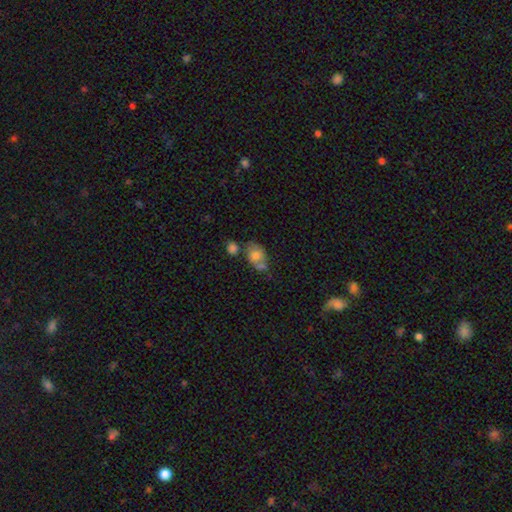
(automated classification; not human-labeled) Smooth or featured?
  - smooth: 68% *
  - featured or disk: 23%
  - star or artifact: 9%
How rounded?
  - in between: 72% *
  - round: 26%
  - cigar-shaped: 2%
Merging?
  - merger: 37% *
  - none: 34%
  - minor disturbance: 19%
  - major disturbance: 10%